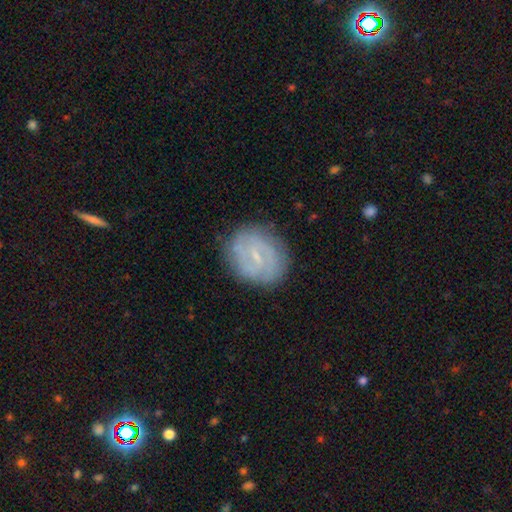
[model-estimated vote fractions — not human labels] featured or disk 68%, smooth 24%, star or artifact 8%. Down the decision tree: edge-on disk — no (97%); bar — weak (53%); spiral arms — yes (84%); spiral arm count — 2 (49%); spiral winding — tight (56%); bulge size — small (73%); merging — none (81%).